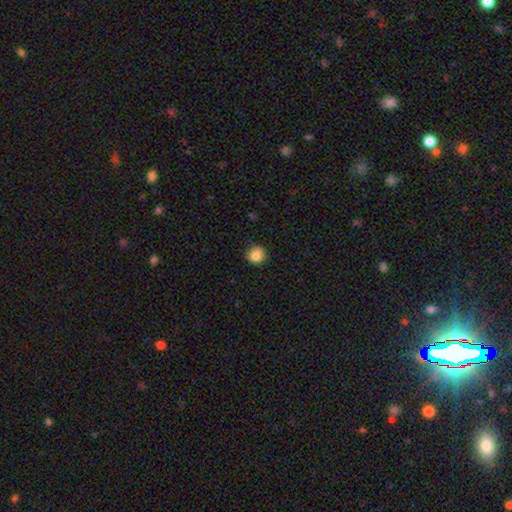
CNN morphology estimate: This appears to be a smooth galaxy with no disk features (84%) that is round (89%). Merging: none (82%).